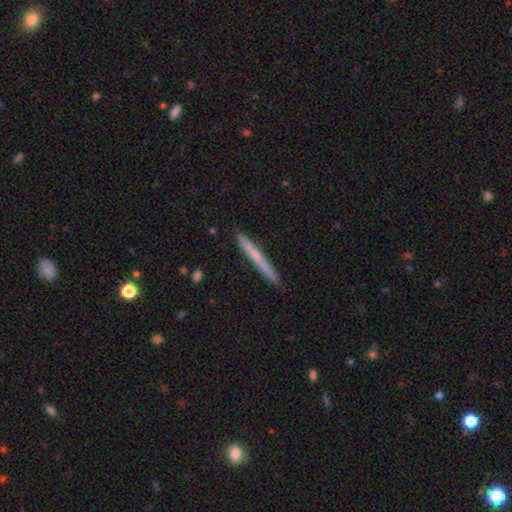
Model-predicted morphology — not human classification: Smooth or featured: smooth — 61% (featured or disk — 34%)
How rounded: cigar-shaped — 97% (in between — 2%)
Merging: none — 91% (minor disturbance — 7%)